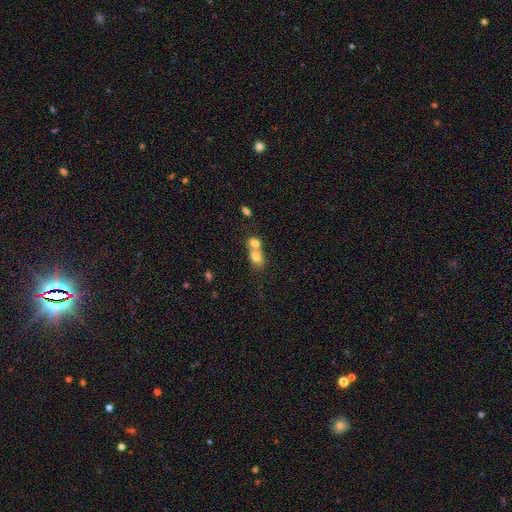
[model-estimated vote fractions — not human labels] smooth-or-featured: smooth: 75% | featured or disk: 15% | star or artifact: 10%
  how-rounded: in between: 62% | round: 36% | cigar-shaped: 2%
  merging: merger: 71% | none: 20% | minor disturbance: 6% | major disturbance: 3%